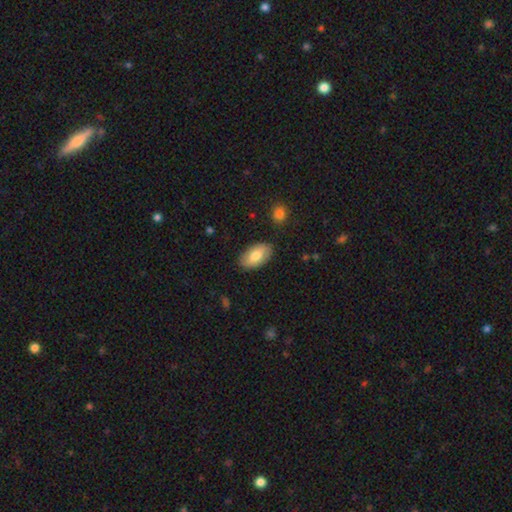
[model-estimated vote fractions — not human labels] This appears to be a smooth galaxy with no disk features (77%) that is in between round and cigar-shaped (95%). Merging: none (85%).